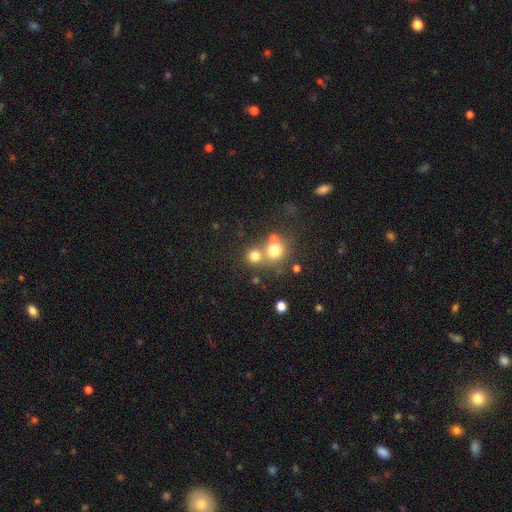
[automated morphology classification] Smooth or featured? smooth (68%)
How rounded? round (86%)
Merging? none (49%)